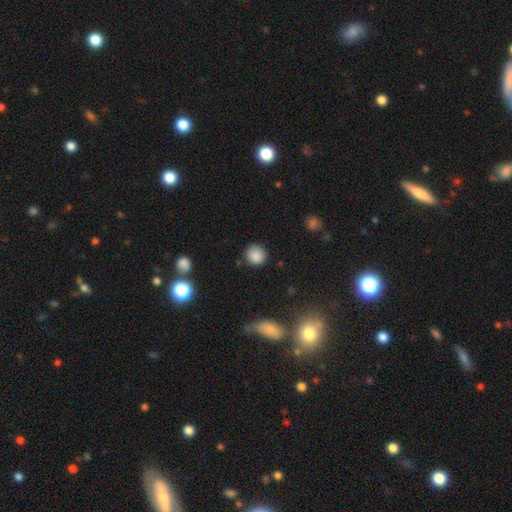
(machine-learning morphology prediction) Overall: smooth (86%). How rounded: round (90%). Merging: none (86%).